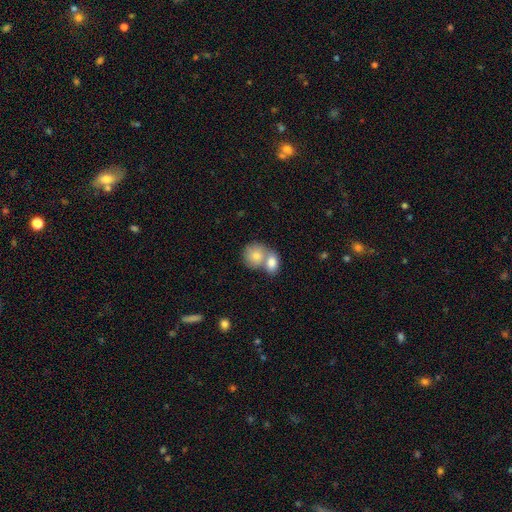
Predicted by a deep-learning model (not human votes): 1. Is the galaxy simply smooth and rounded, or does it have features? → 78% smooth, 15% featured or disk, 7% star or artifact.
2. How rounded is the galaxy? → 67% round, 31% in between, 1% cigar-shaped.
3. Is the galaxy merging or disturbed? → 65% merger, 26% none, 7% minor disturbance, 3% major disturbance.